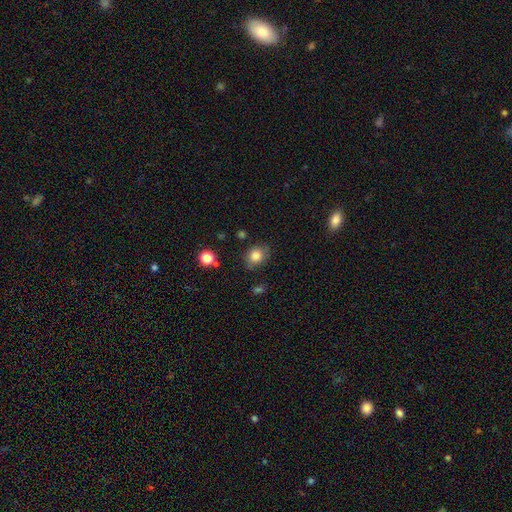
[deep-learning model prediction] Q: Smooth or featured?
A: smooth (82%); runner-up: star or artifact (10%)
Q: How rounded?
A: round (56%); runner-up: in between (43%)
Q: Merging?
A: none (77%); runner-up: minor disturbance (16%)